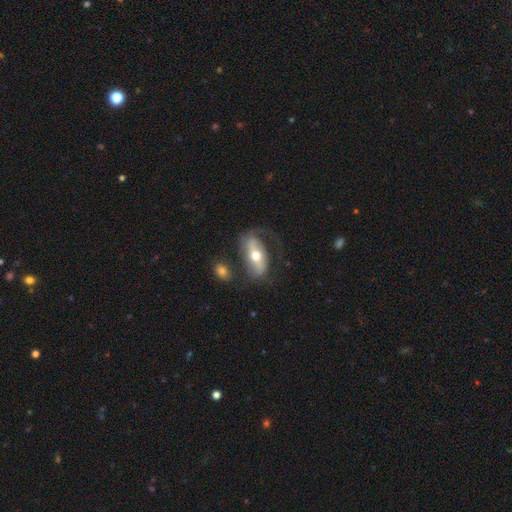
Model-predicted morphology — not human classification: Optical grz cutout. It shows a featured or disk galaxy (70%) with a strong bar (49%), spiral arms (79%) and a moderate central bulge (74%). Merging: none (53%).